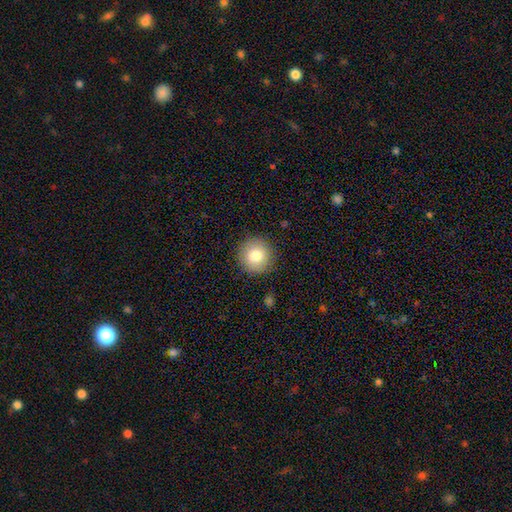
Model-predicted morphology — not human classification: Overall: smooth (81%). How rounded: round (94%). Merging: none (90%).